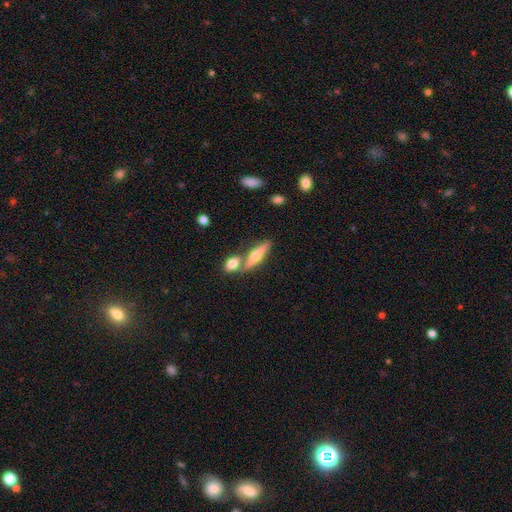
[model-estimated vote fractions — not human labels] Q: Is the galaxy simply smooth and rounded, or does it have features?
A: featured or disk — 48%.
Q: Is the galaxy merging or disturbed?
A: none — 56%.